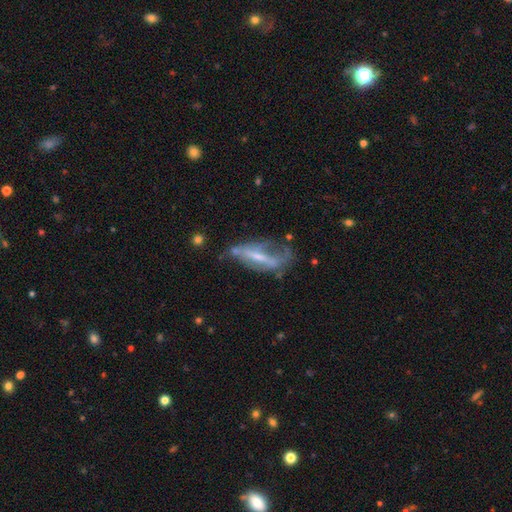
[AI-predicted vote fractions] Smooth or featured?
  - featured or disk: 66% *
  - smooth: 21%
  - star or artifact: 13%
Edge-on disk?
  - no: 66% *
  - yes: 34%
Merging?
  - none: 51% *
  - minor disturbance: 24%
  - major disturbance: 20%
  - merger: 5%